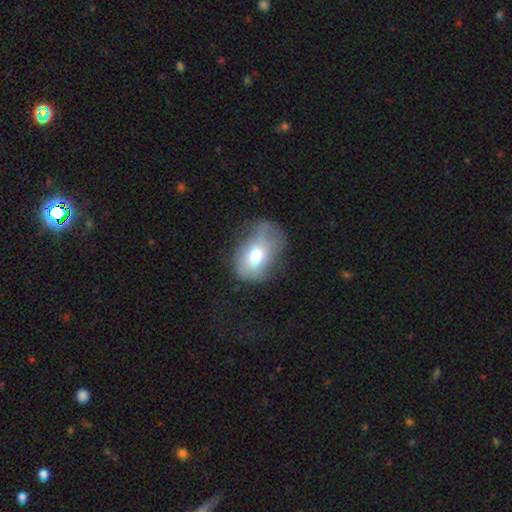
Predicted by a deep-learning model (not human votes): This is likely a smooth galaxy (68%). How rounded: likely in between (77%). Merging: marginally minor disturbance (35%).